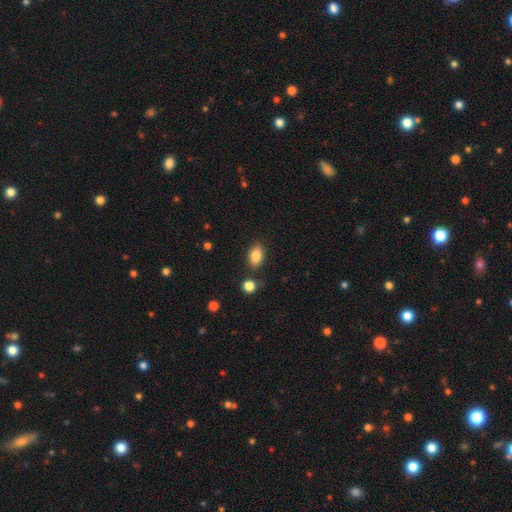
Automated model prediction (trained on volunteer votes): Smooth or featured: smooth — 84% (star or artifact — 8%)
How rounded: in between — 88% (round — 9%)
Merging: none — 82% (minor disturbance — 11%)